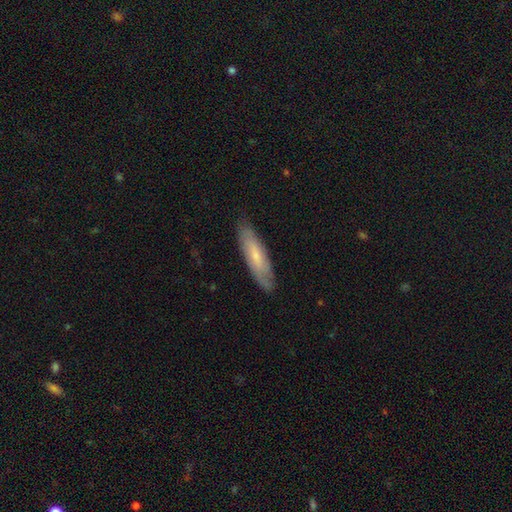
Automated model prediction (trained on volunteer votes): Smooth or featured? smooth (57%)
How rounded? cigar-shaped (67%)
Merging? none (82%)